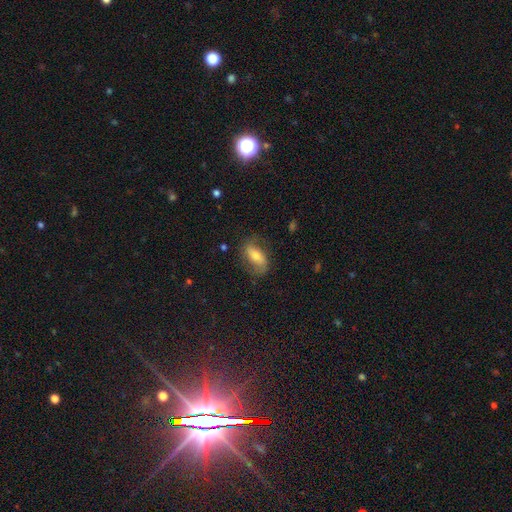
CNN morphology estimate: A featured or disk galaxy (53%). Merging: none (72%).